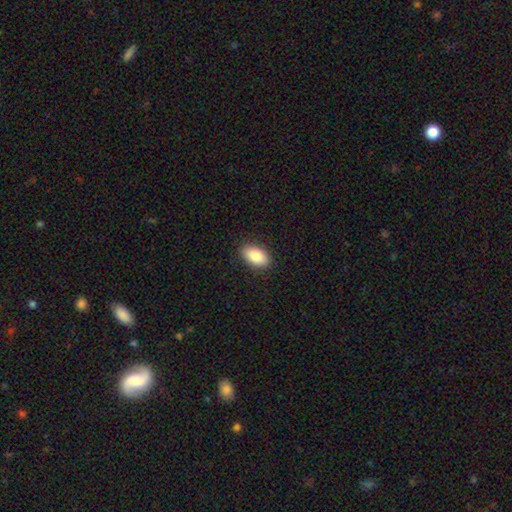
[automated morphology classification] smooth_or_featured: smooth (p=0.87) [alt: star or artifact p=0.07]
how_rounded: in between (p=0.93) [alt: round p=0.05]
merging: none (p=0.89) [alt: minor disturbance p=0.08]